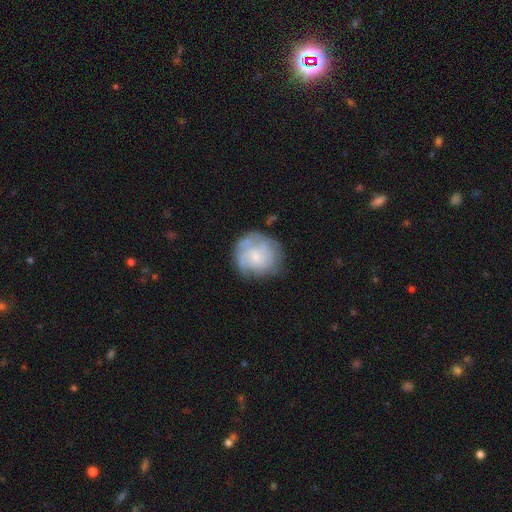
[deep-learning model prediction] A featured or disk galaxy (50%).

Vote fractions:
- Smooth or featured? featured or disk: 50% / smooth: 42% / star or artifact: 8%
- Edge-on disk? no: 98% / yes: 2%
- Merging? none: 65% / minor disturbance: 22% / major disturbance: 10% / merger: 3%